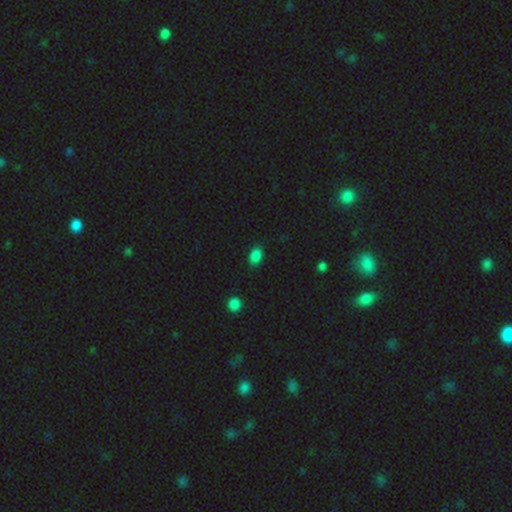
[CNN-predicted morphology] The model was most divided on "how rounded": in between: 76%, round: 23%, cigar-shaped: 1%. More confident: merging — none (84%); smooth or featured — smooth (83%).